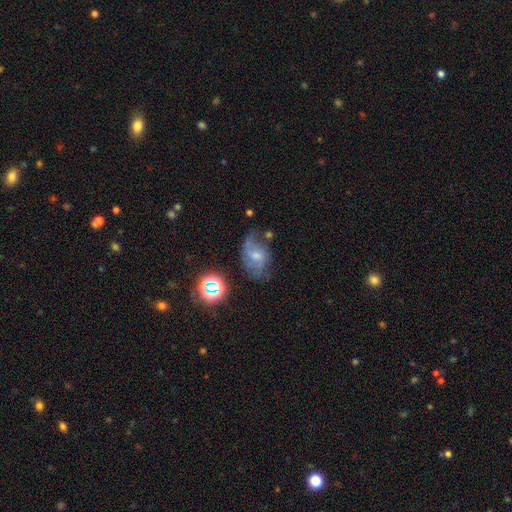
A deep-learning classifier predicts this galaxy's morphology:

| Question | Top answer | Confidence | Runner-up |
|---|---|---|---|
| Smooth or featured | featured or disk | 51% | smooth (34%) |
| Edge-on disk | no | 96% | yes (4%) |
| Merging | none | 44% | minor disturbance (30%) |